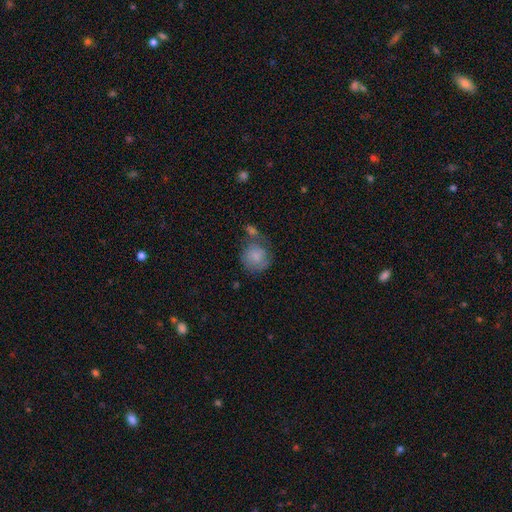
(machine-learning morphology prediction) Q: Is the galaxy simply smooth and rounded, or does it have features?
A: smooth — 75%.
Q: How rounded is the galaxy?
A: round — 86%.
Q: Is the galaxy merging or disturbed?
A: none — 47%.